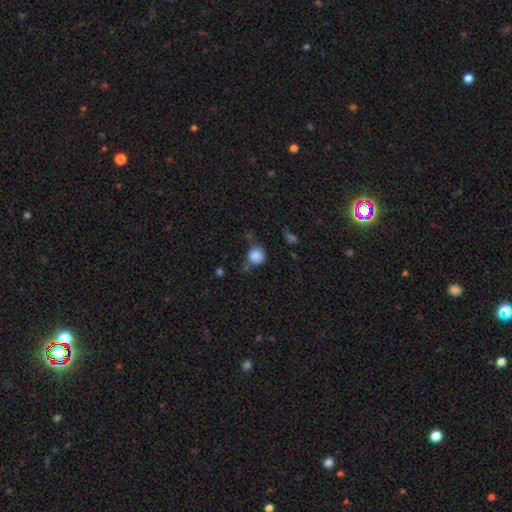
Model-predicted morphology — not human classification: Smooth or featured? smooth (85%)
How rounded? round (87%)
Merging? none (58%)